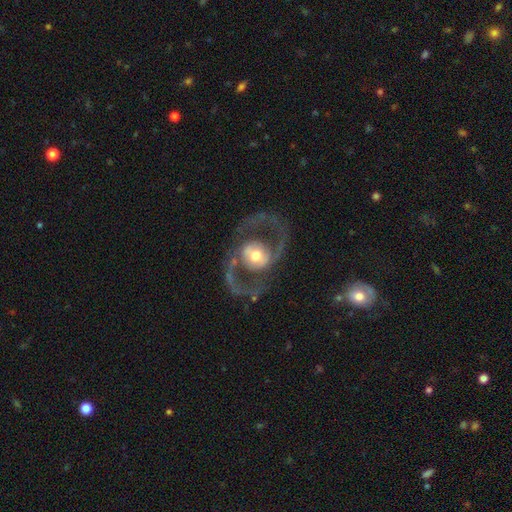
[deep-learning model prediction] Morphology: type=featured or disk (84%); edge-on=no (96%); bar=no (55%); spiral arms=yes (79%); winding=medium (53%); arm count=2 (91%); bulge=moderate (63%); merging=none (74%).